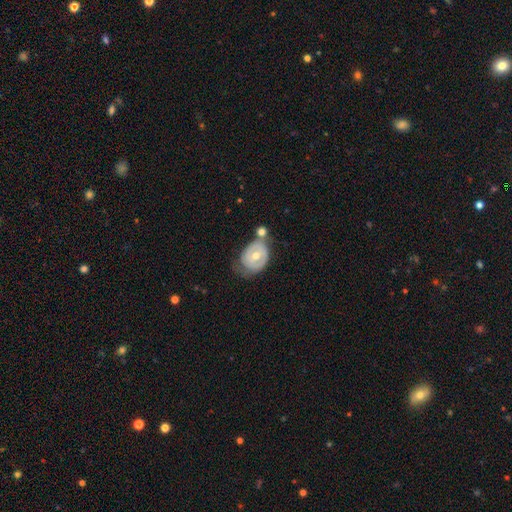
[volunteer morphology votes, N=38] Smooth or featured?
  - featured or disk: 58% *
  - smooth: 42%
  - star or artifact: 0%
Edge-on disk?
  - no: 95% *
  - yes: 5%
Bar?
  - no: 67% *
  - weak: 29%
  - strong: 5%
Spiral arms?
  - no: 52% *
  - yes: 48%
Bulge size?
  - moderate: 76% *
  - small: 14%
  - large: 10%
  - dominant: 0%
  - none: 0%
Merging?
  - merger: 34% *
  - none: 24%
  - minor disturbance: 24%
  - major disturbance: 18%